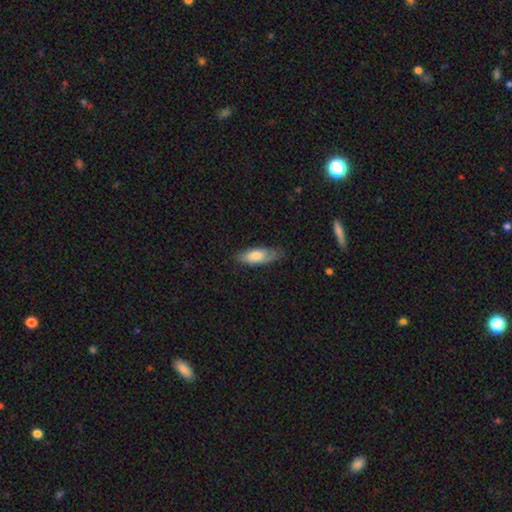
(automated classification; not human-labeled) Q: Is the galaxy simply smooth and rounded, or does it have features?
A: smooth — 69%.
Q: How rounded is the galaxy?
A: in between — 70%.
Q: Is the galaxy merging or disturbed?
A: none — 66%.